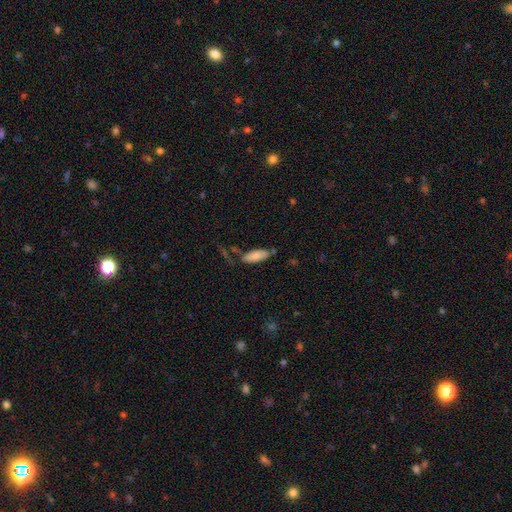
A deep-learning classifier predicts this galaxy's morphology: smooth 84%, featured or disk 10%, star or artifact 6%. Down the decision tree: how rounded — in between (70%); merging — none (68%).